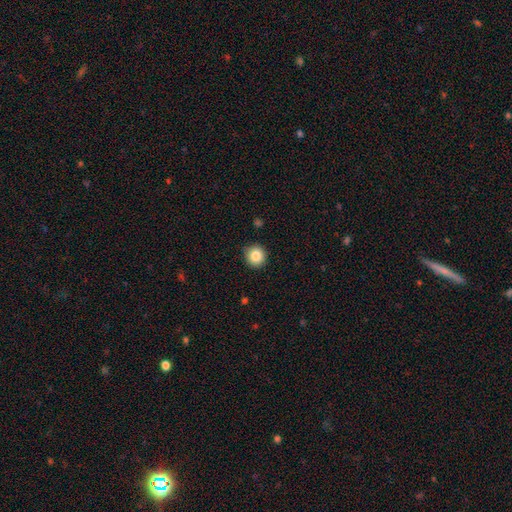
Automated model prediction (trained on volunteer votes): Smooth or featured?
  - smooth: 85% *
  - star or artifact: 9%
  - featured or disk: 6%
How rounded?
  - round: 93% *
  - in between: 6%
  - cigar-shaped: 1%
Merging?
  - none: 90% *
  - minor disturbance: 7%
  - major disturbance: 2%
  - merger: 1%